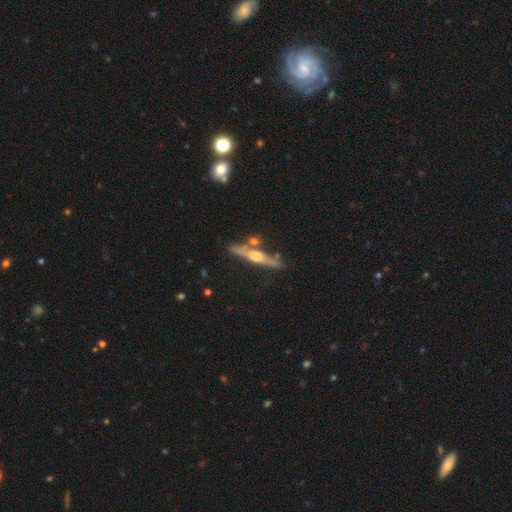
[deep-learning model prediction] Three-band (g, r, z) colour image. It shows a featured or disk galaxy (72%) viewed edge-on (96%) with a rounded central bulge (89%). Merging: none (78%).